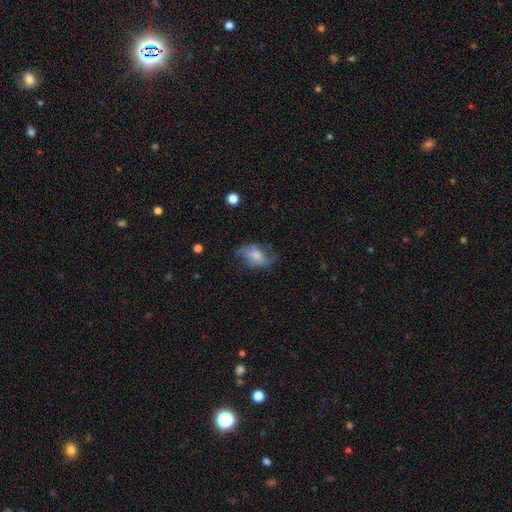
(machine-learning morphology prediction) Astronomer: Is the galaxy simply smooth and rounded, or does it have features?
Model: smooth — 47% (runner-up: featured or disk, 44%).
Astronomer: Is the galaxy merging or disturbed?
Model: none — 49% (runner-up: minor disturbance, 28%).